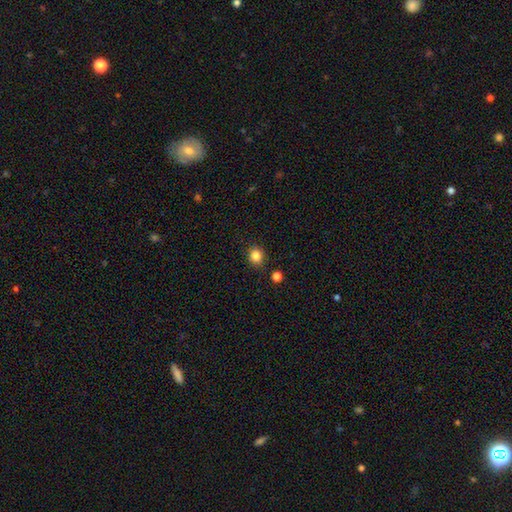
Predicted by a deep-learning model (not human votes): Morphology: type=smooth (84%); roundness=round (80%); merging=none (87%).